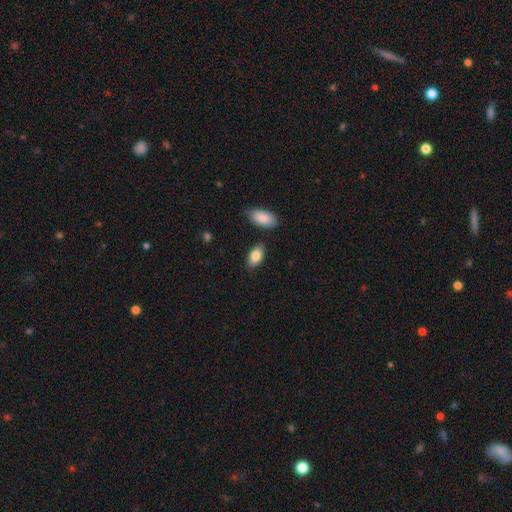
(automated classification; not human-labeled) This is clearly a smooth galaxy (84%). How rounded: clearly in between (93%). Merging: clearly none (82%).